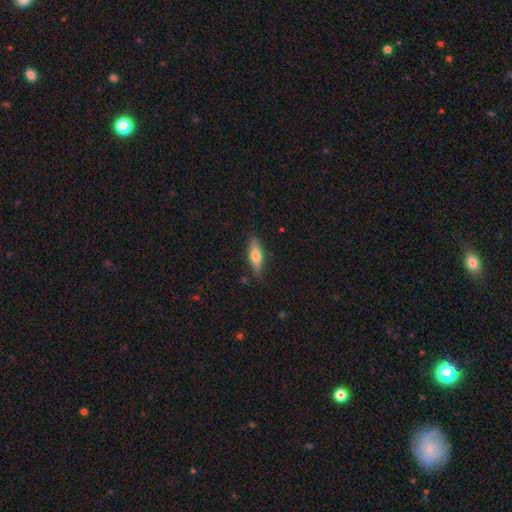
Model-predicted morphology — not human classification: A smooth galaxy with no disk features (66%) that is in between round and cigar-shaped (50%).

Vote fractions:
- Smooth or featured? smooth: 66% / featured or disk: 27% / star or artifact: 6%
- How rounded? in between: 50% / cigar-shaped: 48% / round: 2%
- Merging? none: 83% / minor disturbance: 13% / major disturbance: 3% / merger: 2%